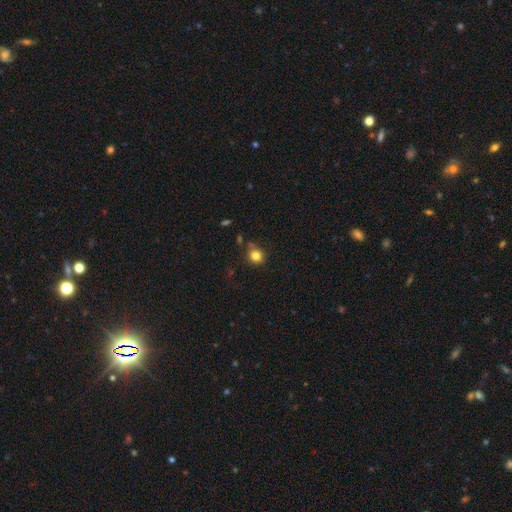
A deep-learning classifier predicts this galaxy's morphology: Smooth or featured?
  - smooth: 82% *
  - star or artifact: 12%
  - featured or disk: 6%
How rounded?
  - round: 79% *
  - in between: 20%
  - cigar-shaped: 1%
Merging?
  - none: 73% *
  - minor disturbance: 17%
  - merger: 6%
  - major disturbance: 5%